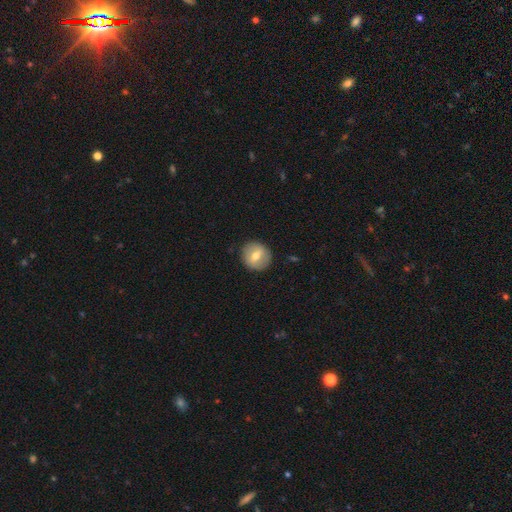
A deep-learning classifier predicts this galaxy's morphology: smooth_or_featured: smooth (p=0.60) [alt: featured or disk p=0.33]
how_rounded: round (p=0.89) [alt: in between p=0.10]
merging: none (p=0.89) [alt: minor disturbance p=0.08]